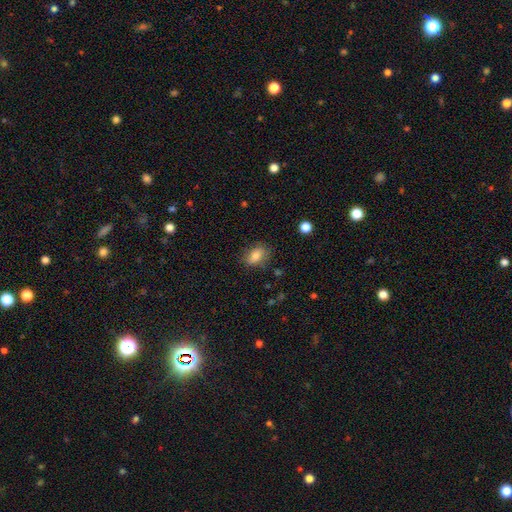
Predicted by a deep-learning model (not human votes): Smooth or featured? smooth (79%)
How rounded? in between (83%)
Merging? none (74%)